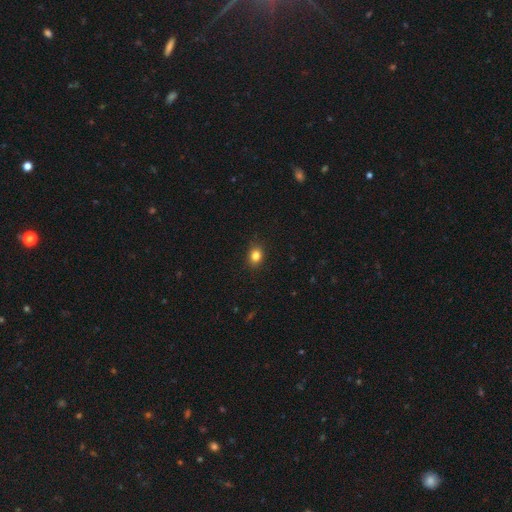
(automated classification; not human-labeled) Smooth or featured? smooth (83%)
How rounded? round (51%)
Merging? none (88%)